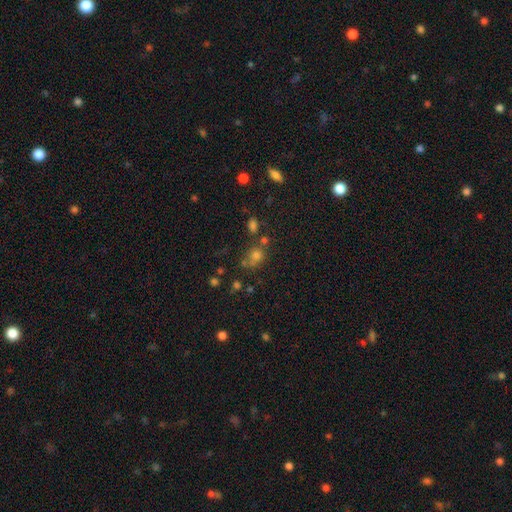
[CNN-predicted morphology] smooth 61%, star or artifact 28%, featured or disk 11%. Down the decision tree: how rounded — round (64%); merging — none (57%).